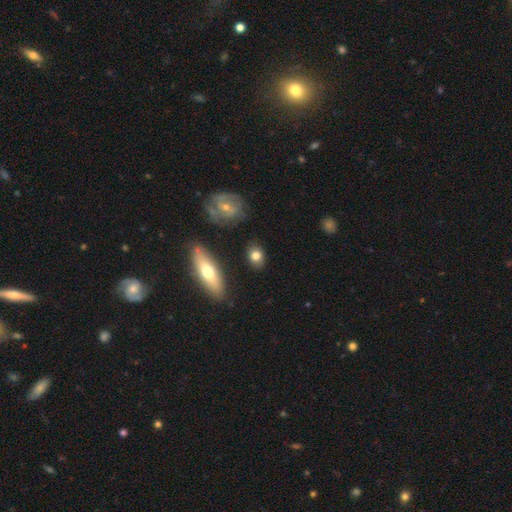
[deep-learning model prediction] Q: Smooth or featured?
A: smooth (77%); runner-up: featured or disk (15%)
Q: How rounded?
A: in between (54%); runner-up: round (43%)
Q: Merging?
A: none (83%); runner-up: minor disturbance (11%)